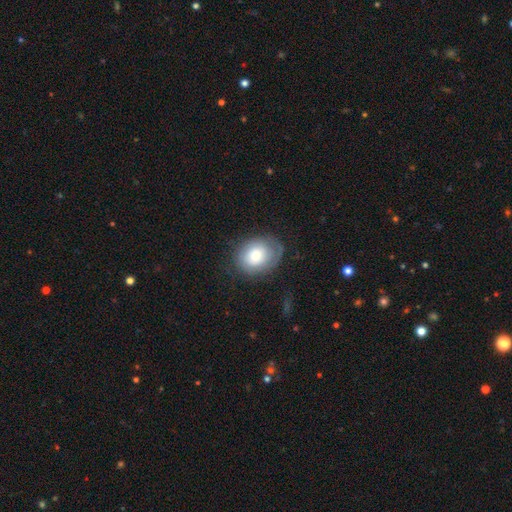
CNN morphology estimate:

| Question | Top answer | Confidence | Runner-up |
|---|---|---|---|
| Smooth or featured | smooth | 60% | featured or disk (32%) |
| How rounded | round | 58% | in between (41%) |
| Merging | none | 66% | minor disturbance (21%) |